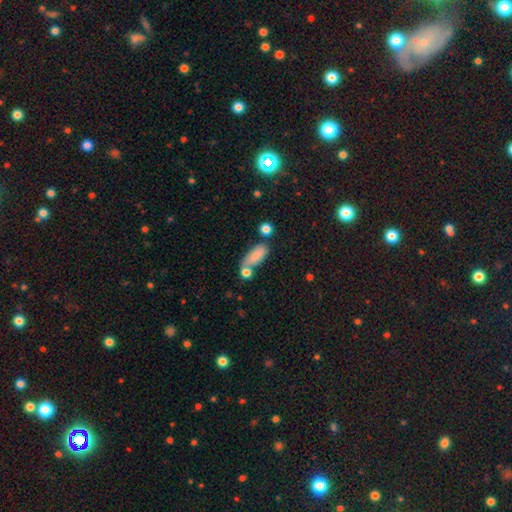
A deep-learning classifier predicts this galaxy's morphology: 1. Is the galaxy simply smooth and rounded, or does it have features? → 82% smooth, 10% featured or disk, 8% star or artifact.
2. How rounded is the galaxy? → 77% in between, 19% cigar-shaped, 4% round.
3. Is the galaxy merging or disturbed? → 51% none, 24% merger, 18% minor disturbance, 7% major disturbance.